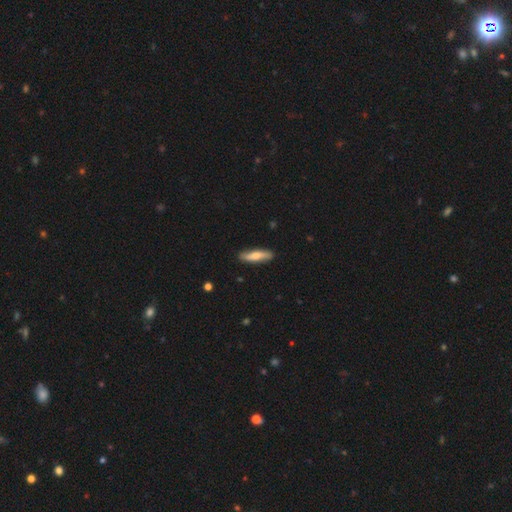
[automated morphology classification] smooth_or_featured: smooth (p=0.61) [alt: featured or disk p=0.34]
how_rounded: cigar-shaped (p=0.75) [alt: in between p=0.23]
merging: none (p=0.87) [alt: minor disturbance p=0.10]